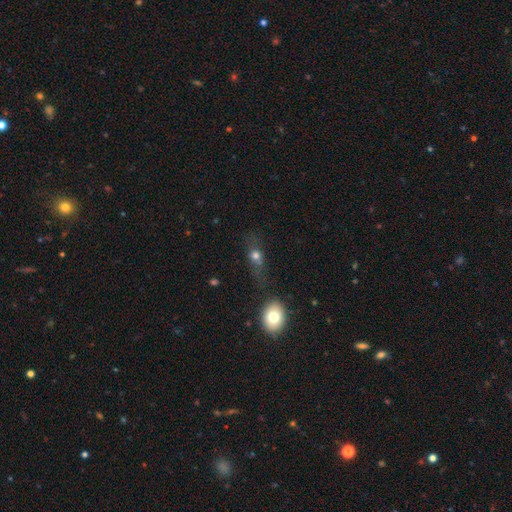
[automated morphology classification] Smooth or featured: smooth — 65% (featured or disk — 20%)
How rounded: in between — 46% (round — 41%)
Merging: none — 46% (merger — 19%)